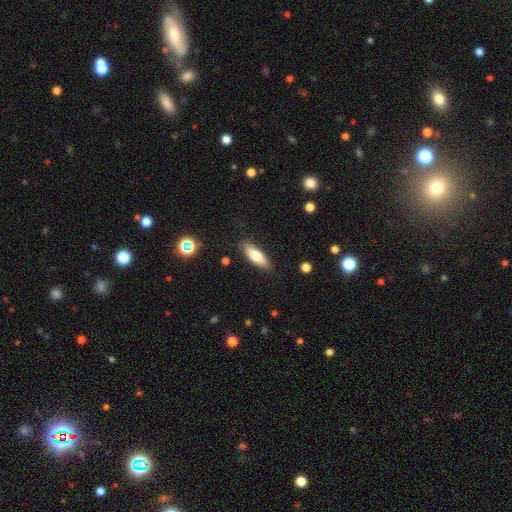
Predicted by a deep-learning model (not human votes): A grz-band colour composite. It shows a smooth galaxy with no disk features (74%) that is in between round and cigar-shaped (67%). Merging: none (86%).